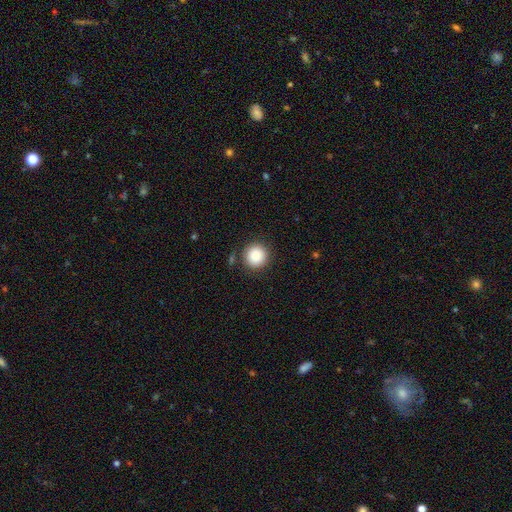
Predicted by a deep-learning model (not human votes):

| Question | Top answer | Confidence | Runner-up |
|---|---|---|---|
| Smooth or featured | smooth | 85% | star or artifact (9%) |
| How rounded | round | 95% | in between (4%) |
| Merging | none | 87% | minor disturbance (8%) |